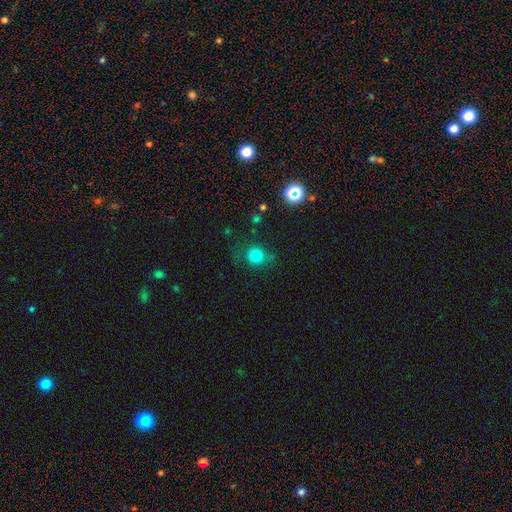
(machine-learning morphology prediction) Overall: smooth (78%). How rounded: round (88%). Merging: none (72%).